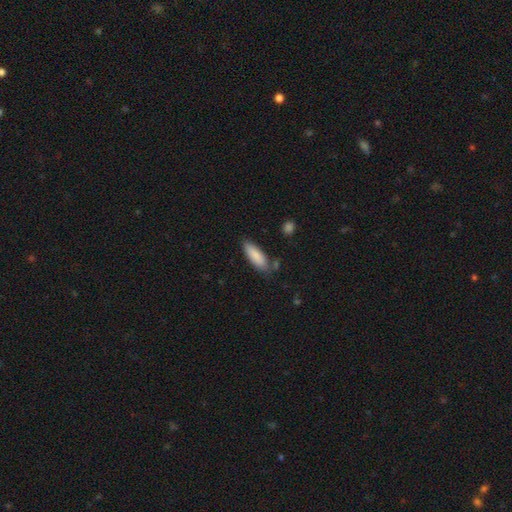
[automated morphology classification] Smooth or featured? Predicted: smooth (p=0.86). How rounded? Predicted: in between (p=0.57). Merging? Predicted: none (p=0.75).